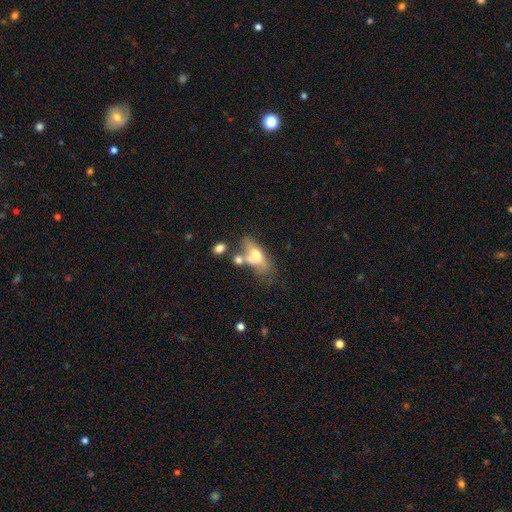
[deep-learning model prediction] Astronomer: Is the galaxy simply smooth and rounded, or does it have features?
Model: smooth — 57% (runner-up: featured or disk, 35%).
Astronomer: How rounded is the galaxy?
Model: in between — 81%.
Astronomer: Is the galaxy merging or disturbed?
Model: none — 35% (runner-up: merger, 30%).